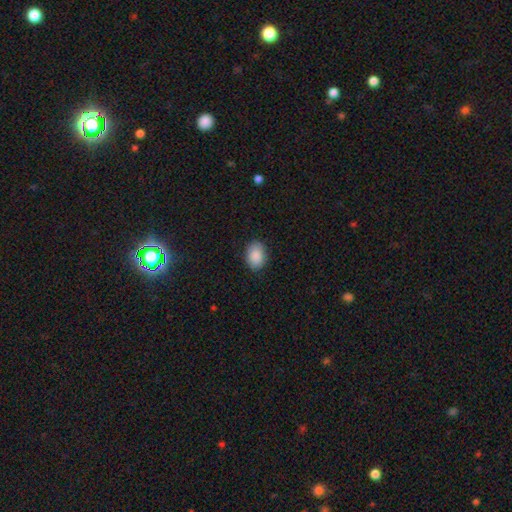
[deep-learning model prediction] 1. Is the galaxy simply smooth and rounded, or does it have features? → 89% smooth, 7% star or artifact, 4% featured or disk.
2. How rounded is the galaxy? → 75% in between, 24% round, 1% cigar-shaped.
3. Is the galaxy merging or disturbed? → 87% none, 10% minor disturbance, 2% major disturbance, 1% merger.